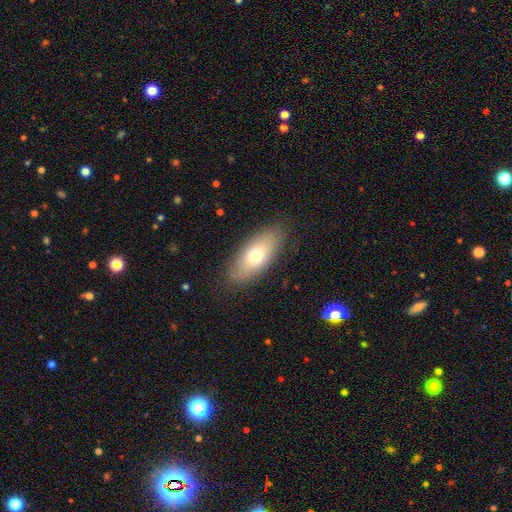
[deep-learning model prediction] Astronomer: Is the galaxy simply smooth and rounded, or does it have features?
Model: smooth — 68%.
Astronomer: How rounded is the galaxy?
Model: in between — 83%.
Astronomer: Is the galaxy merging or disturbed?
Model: none — 84%.